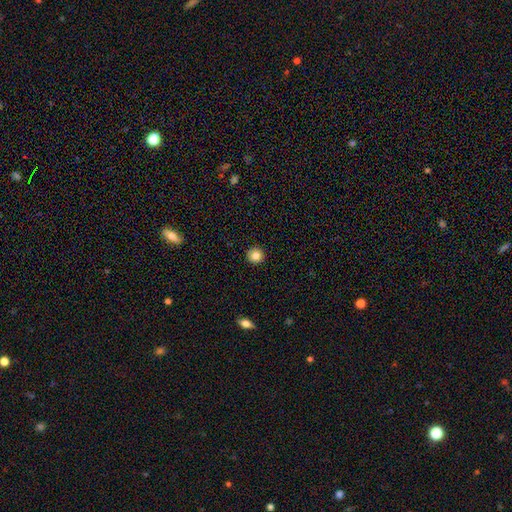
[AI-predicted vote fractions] A smooth galaxy with no disk features (83%) that is round (94%). Merging: none (92%).